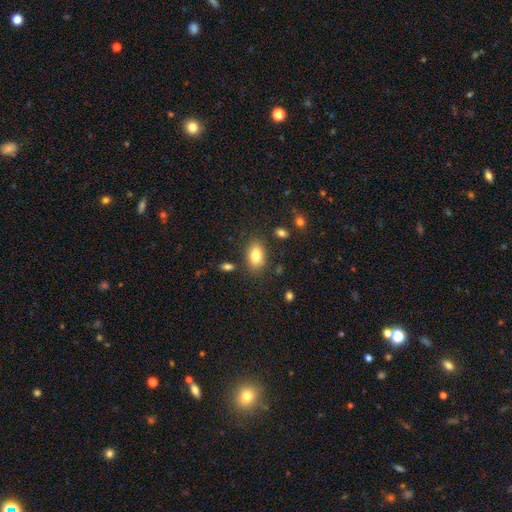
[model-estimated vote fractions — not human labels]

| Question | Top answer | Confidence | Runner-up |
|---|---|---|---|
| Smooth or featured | smooth | 80% | featured or disk (11%) |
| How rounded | in between | 87% | round (10%) |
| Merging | none | 80% | minor disturbance (13%) |